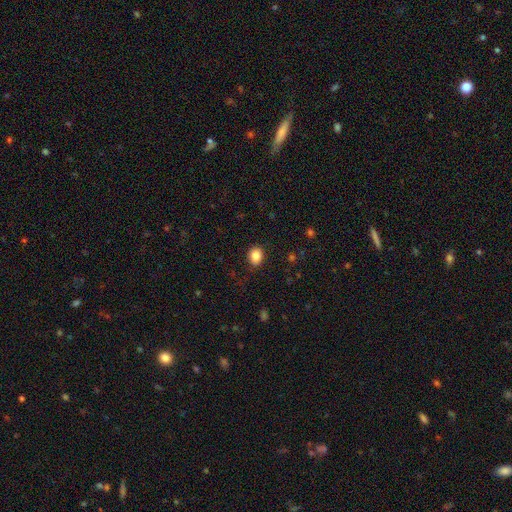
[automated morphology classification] smooth_or_featured: smooth (p=0.84) [alt: star or artifact p=0.10]
how_rounded: round (p=0.56) [alt: in between p=0.43]
merging: none (p=0.87) [alt: minor disturbance p=0.10]